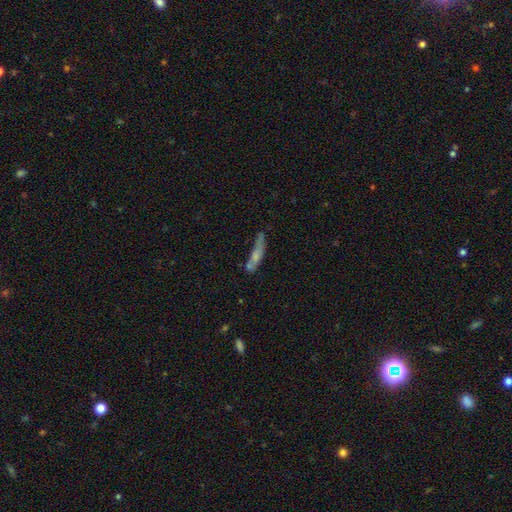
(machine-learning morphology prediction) Smooth or featured?
  - smooth: 58% *
  - featured or disk: 32%
  - star or artifact: 10%
How rounded?
  - cigar-shaped: 84% *
  - in between: 14%
  - round: 2%
Merging?
  - none: 51% *
  - minor disturbance: 23%
  - merger: 16%
  - major disturbance: 10%